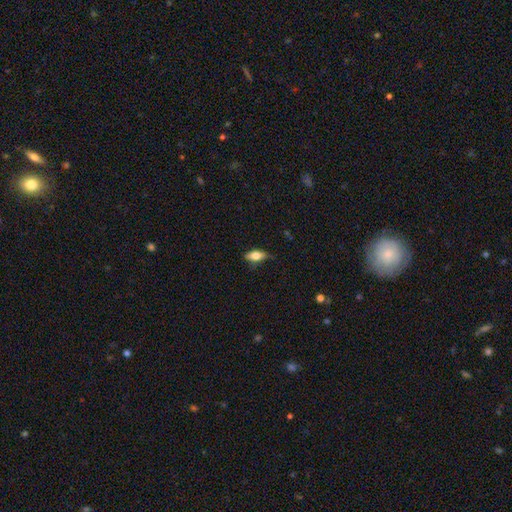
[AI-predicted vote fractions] Smooth or featured: smooth — 69% (featured or disk — 24%)
How rounded: in between — 80% (cigar-shaped — 16%)
Merging: none — 66% (minor disturbance — 27%)